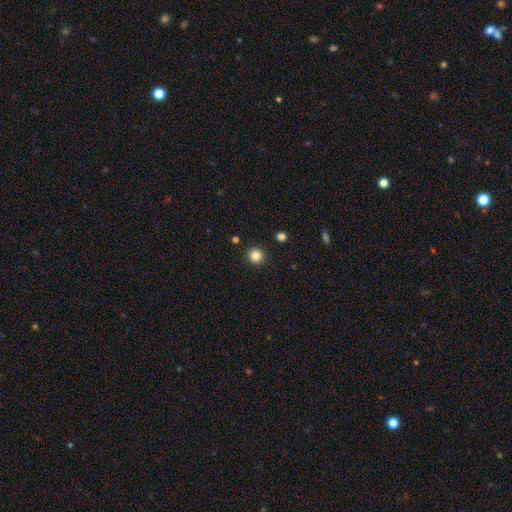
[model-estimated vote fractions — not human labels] The model was most divided on "smooth or featured": smooth: 84%, star or artifact: 12%, featured or disk: 4%. More confident: how rounded — round (94%); merging — none (92%).